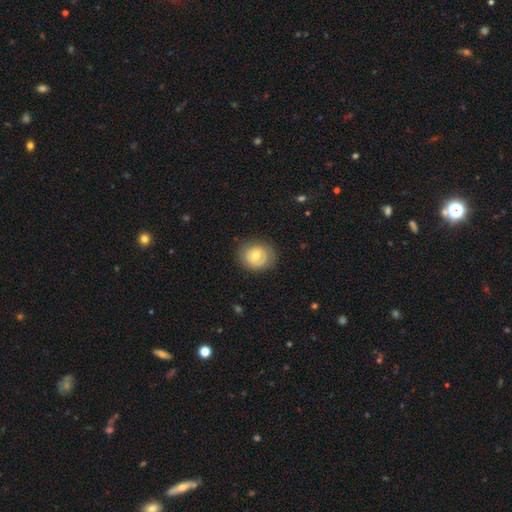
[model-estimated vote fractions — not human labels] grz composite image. It shows a smooth galaxy with no disk features (52%) that is round (74%). Merging: none (81%).